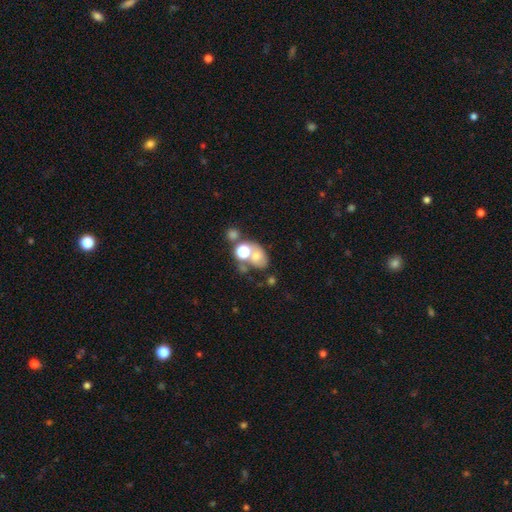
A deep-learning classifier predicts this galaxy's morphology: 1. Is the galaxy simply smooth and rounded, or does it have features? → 60% smooth, 22% featured or disk, 18% star or artifact.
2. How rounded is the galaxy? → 60% in between, 39% round, 1% cigar-shaped.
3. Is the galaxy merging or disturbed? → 43% merger, 34% none, 12% minor disturbance, 11% major disturbance.